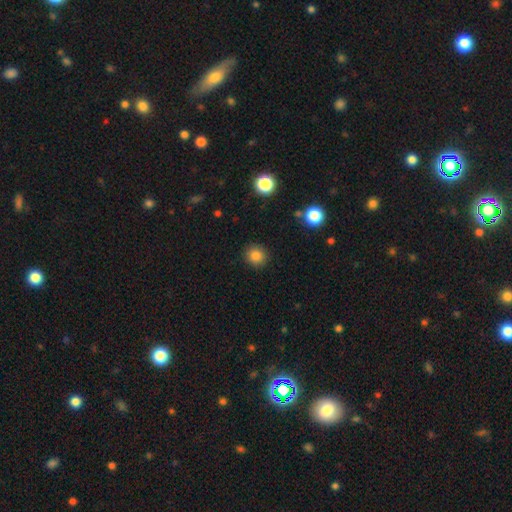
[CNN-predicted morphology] smooth-or-featured: smooth: 84% | star or artifact: 11% | featured or disk: 5%
  how-rounded: round: 87% | in between: 12% | cigar-shaped: 1%
  merging: none: 90% | minor disturbance: 7% | major disturbance: 2% | merger: 1%